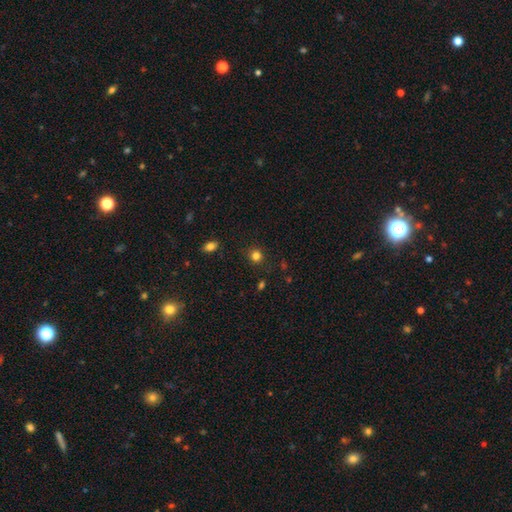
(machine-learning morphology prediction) Smooth or featured? smooth (82%)
How rounded? round (87%)
Merging? none (87%)